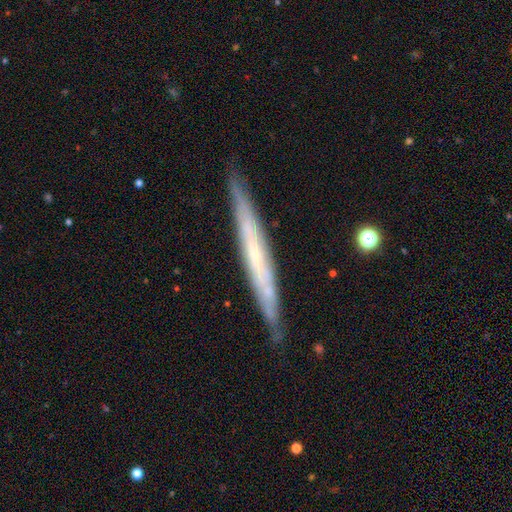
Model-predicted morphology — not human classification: This is likely a featured or disk galaxy (63%). It is clearly viewed edge-on (91%). Edge-on bulge: likely none (76%). Merging: clearly none (85%).